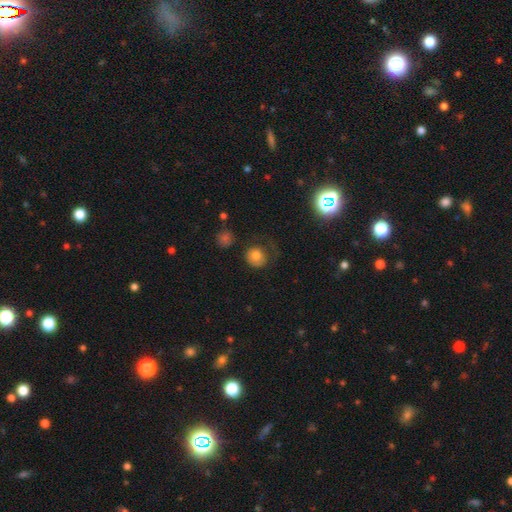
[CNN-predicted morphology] smooth-or-featured: smooth: 78% | star or artifact: 11% | featured or disk: 10%
  how-rounded: round: 84% | in between: 15% | cigar-shaped: 1%
  merging: none: 59% | minor disturbance: 21% | major disturbance: 17% | merger: 3%